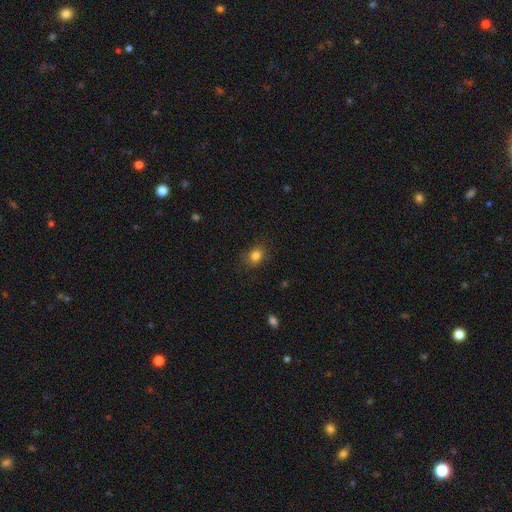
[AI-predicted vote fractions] Q: Smooth or featured?
A: smooth (83%); runner-up: star or artifact (11%)
Q: How rounded?
A: round (56%); runner-up: in between (43%)
Q: Merging?
A: none (79%); runner-up: minor disturbance (15%)